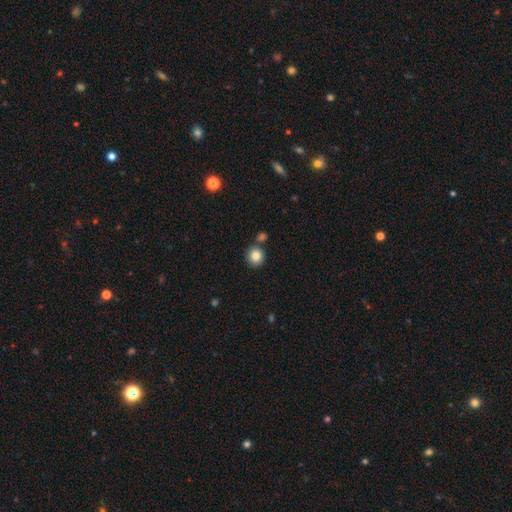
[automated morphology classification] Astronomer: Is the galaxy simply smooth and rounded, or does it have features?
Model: smooth — 86%.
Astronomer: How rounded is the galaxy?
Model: round — 87%.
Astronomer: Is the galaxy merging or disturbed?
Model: none — 78%.